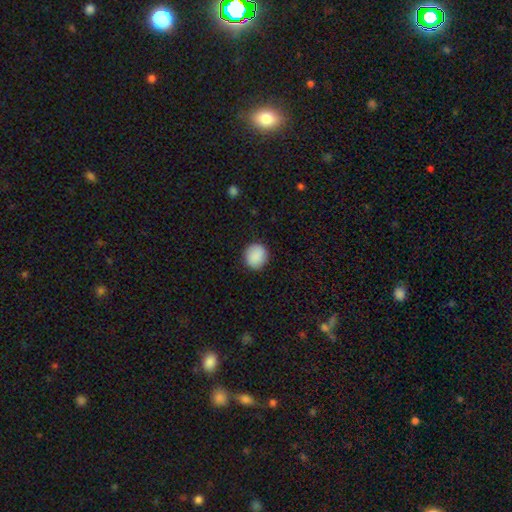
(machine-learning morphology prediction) type=smooth (90%); roundness=round (81%); merging=none (89%).